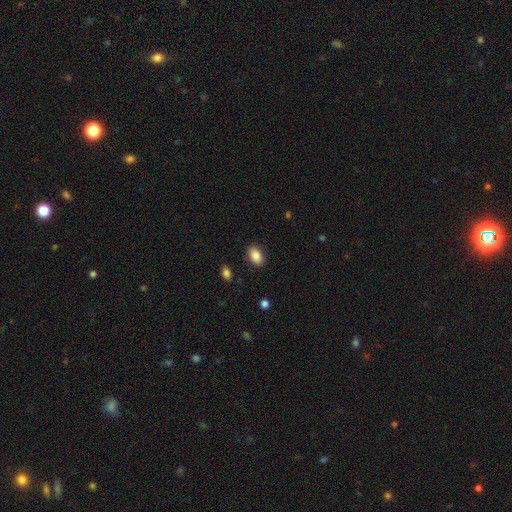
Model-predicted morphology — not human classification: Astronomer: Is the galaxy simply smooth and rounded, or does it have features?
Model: smooth — 86%.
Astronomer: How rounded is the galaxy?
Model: in between — 89%.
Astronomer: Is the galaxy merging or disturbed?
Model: none — 88%.